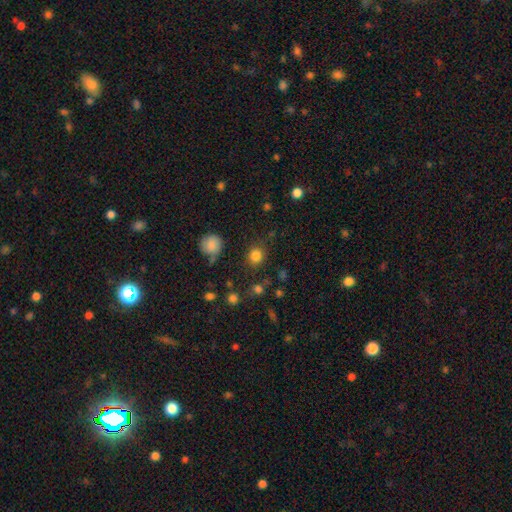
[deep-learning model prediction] smooth-or-featured: smooth: 83% | star or artifact: 12% | featured or disk: 5%
  how-rounded: round: 82% | in between: 17% | cigar-shaped: 1%
  merging: none: 82% | minor disturbance: 10% | major disturbance: 4% | merger: 3%